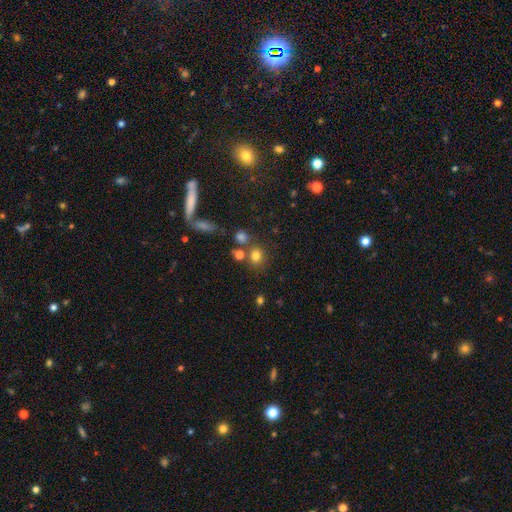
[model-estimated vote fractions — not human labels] This appears to be a smooth galaxy with no disk features (77%) that is round (75%). Merging: none (68%).